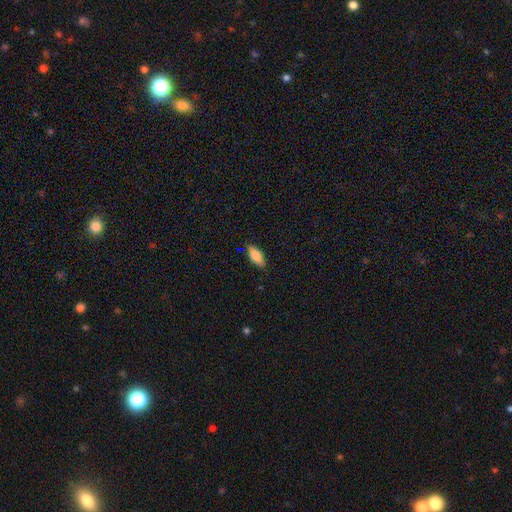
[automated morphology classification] Smooth or featured? smooth (82%)
How rounded? in between (78%)
Merging? none (86%)